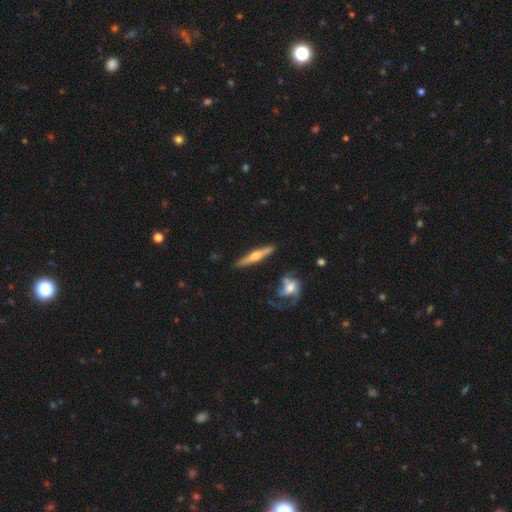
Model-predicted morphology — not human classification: This appears to be a featured or disk galaxy (67%) viewed edge-on (95%) with a rounded central bulge (89%). Merging: none (83%).